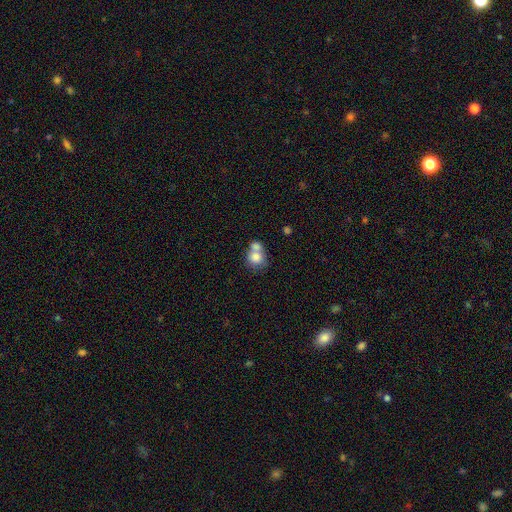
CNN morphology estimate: Q: Smooth or featured?
A: smooth (78%); runner-up: featured or disk (14%)
Q: How rounded?
A: round (73%); runner-up: in between (26%)
Q: Merging?
A: merger (60%); runner-up: none (28%)